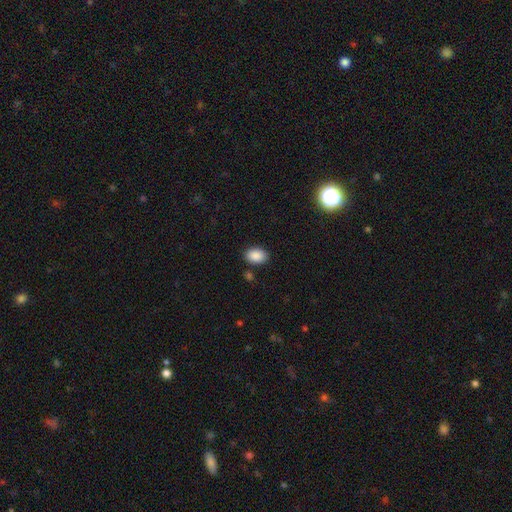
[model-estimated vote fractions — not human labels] smooth-or-featured: smooth: 89% | star or artifact: 8% | featured or disk: 3%
  how-rounded: in between: 82% | round: 17% | cigar-shaped: 1%
  merging: none: 84% | minor disturbance: 10% | merger: 3% | major disturbance: 3%